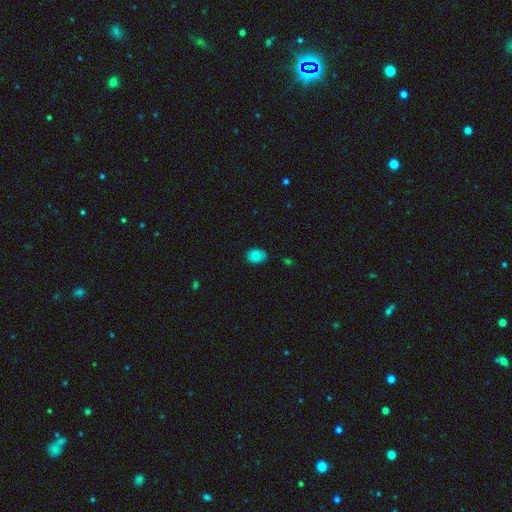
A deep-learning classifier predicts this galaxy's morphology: Smooth or featured? smooth (75%)
How rounded? in between (68%)
Merging? none (84%)